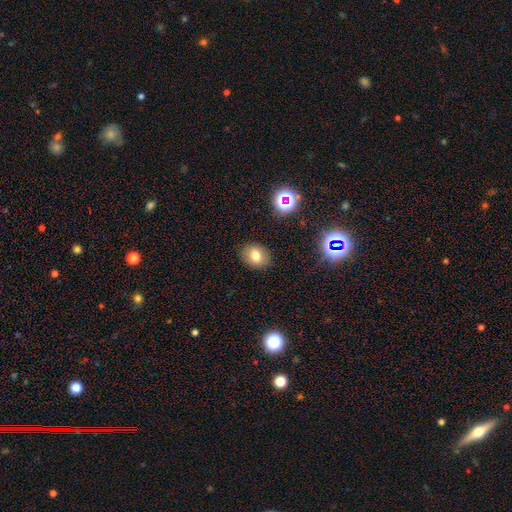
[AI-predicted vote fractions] Smooth or featured? smooth (76%)
How rounded? in between (54%)
Merging? none (87%)